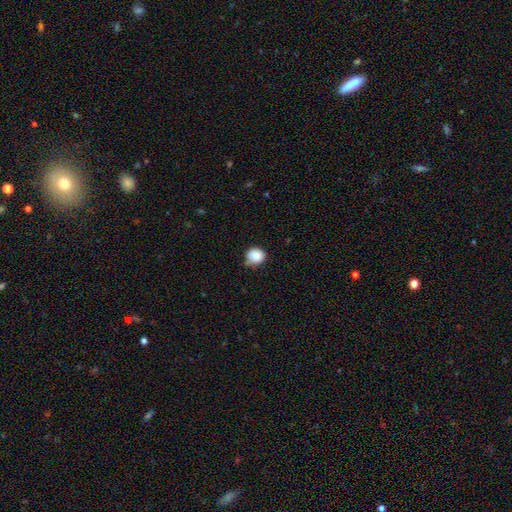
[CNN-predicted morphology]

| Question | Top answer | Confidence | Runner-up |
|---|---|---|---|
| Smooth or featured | smooth | 87% | star or artifact (9%) |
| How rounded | round | 82% | in between (17%) |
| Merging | none | 62% | minor disturbance (29%) |